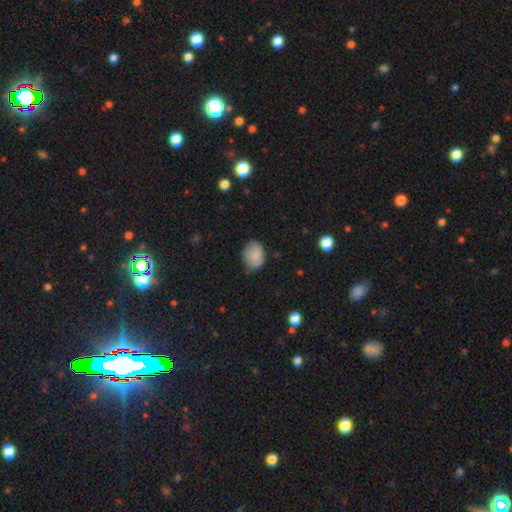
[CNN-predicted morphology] Smooth or featured? Predicted: smooth (p=0.85). How rounded? Predicted: in between (p=0.63). Merging? Predicted: none (p=0.73).